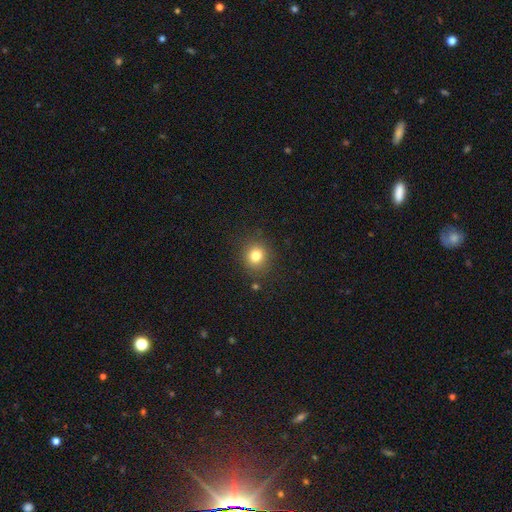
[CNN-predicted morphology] A smooth galaxy with no disk features (79%) that is round (86%). Merging: none (87%).